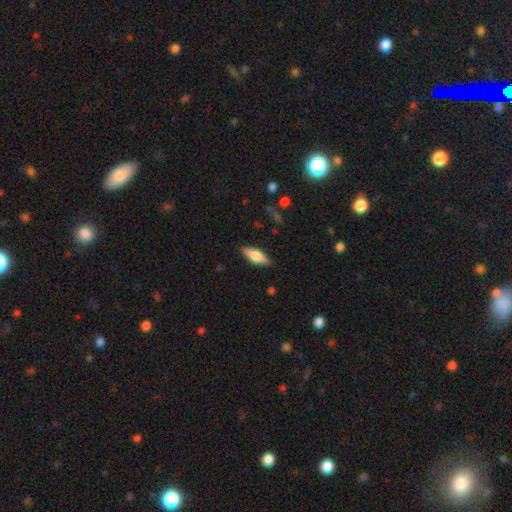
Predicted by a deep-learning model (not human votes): A smooth galaxy with no disk features (64%) that is in between round and cigar-shaped (65%). Merging: none (86%).